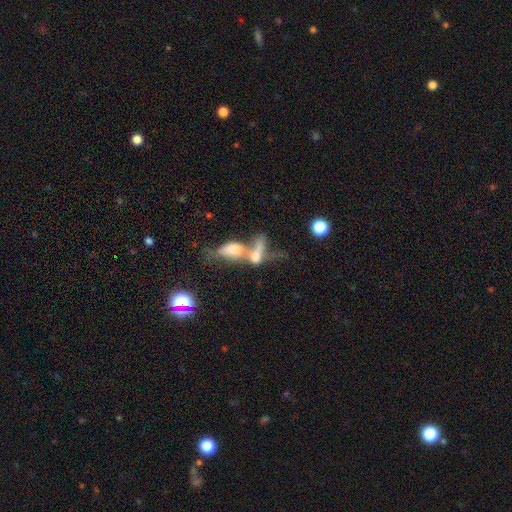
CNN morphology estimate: Overall: smooth (53%; featured or disk 35%). How rounded: in between (66%). Merging: merger (75%).